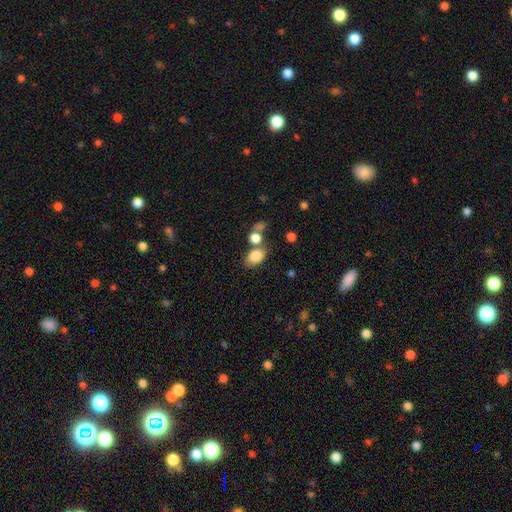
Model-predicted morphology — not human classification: smooth 83%, star or artifact 9%, featured or disk 8%. Down the decision tree: how rounded — in between (78%); merging — none (58%).